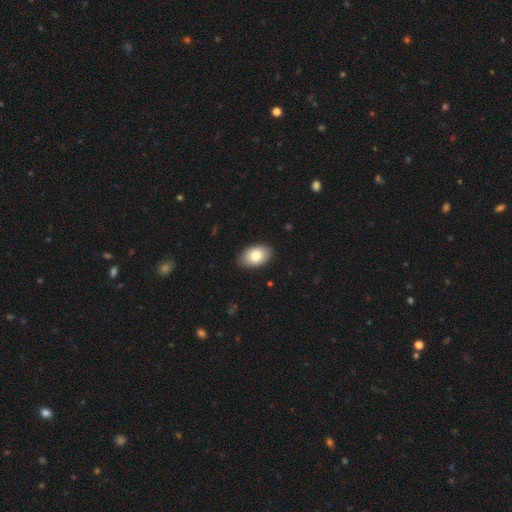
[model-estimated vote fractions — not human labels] Smooth or featured? Predicted: smooth (p=0.81). How rounded? Predicted: in between (p=0.90). Merging? Predicted: none (p=0.88).